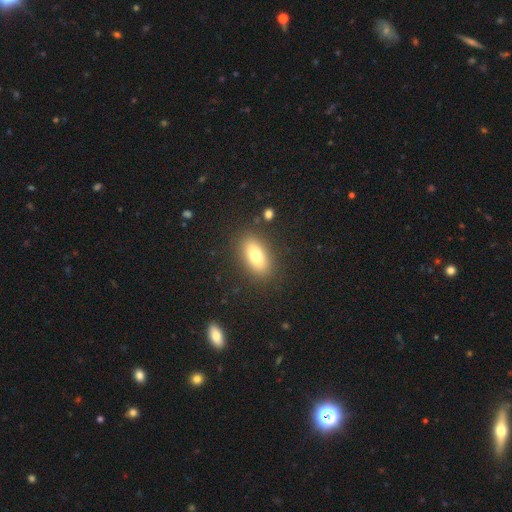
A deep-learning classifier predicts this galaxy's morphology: type=smooth (75%); roundness=in between (86%); merging=none (86%).